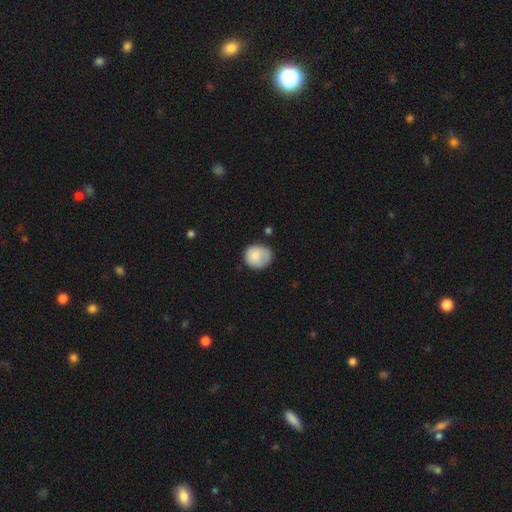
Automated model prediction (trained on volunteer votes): A smooth galaxy with no disk features (80%) that is round (81%). Merging: none (70%).